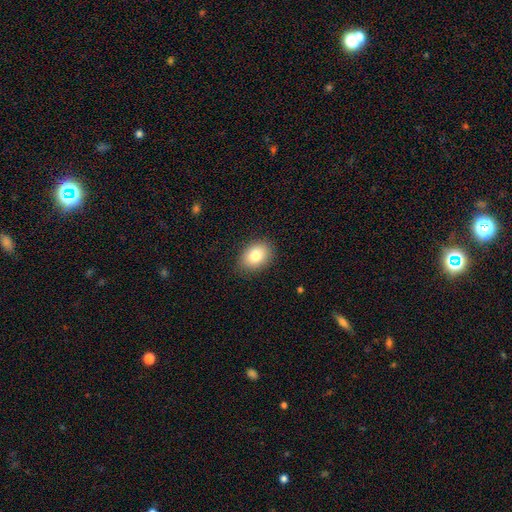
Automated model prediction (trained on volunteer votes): Overall: smooth (81%). How rounded: in between (75%). Merging: none (87%).